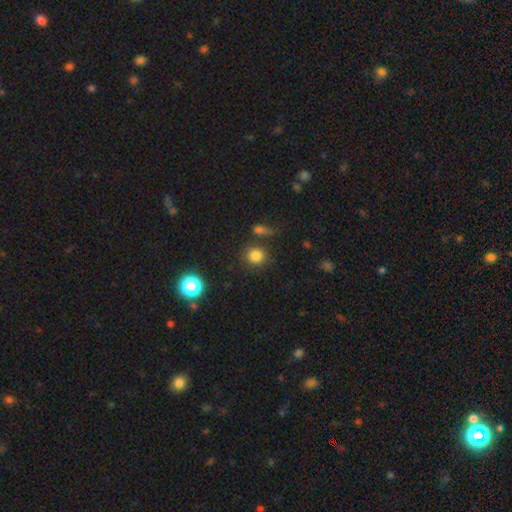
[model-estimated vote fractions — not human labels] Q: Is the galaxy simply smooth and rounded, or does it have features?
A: smooth — 80%.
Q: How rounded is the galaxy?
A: round — 86%.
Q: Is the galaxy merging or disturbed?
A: none — 78%.